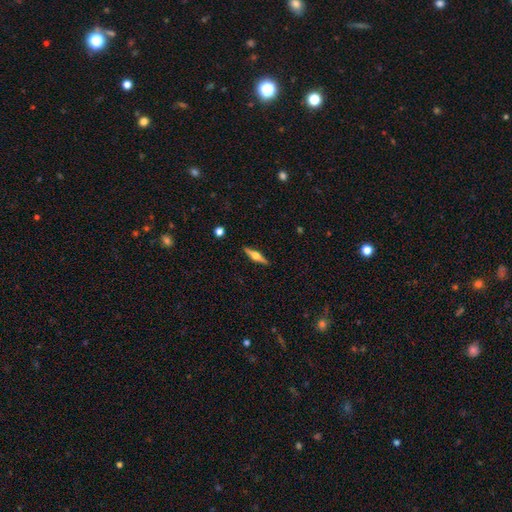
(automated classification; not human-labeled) featured or disk 70%, smooth 24%, star or artifact 6%. Down the decision tree: edge-on disk — yes (97%); edge-on bulge — rounded (94%); merging — none (90%).